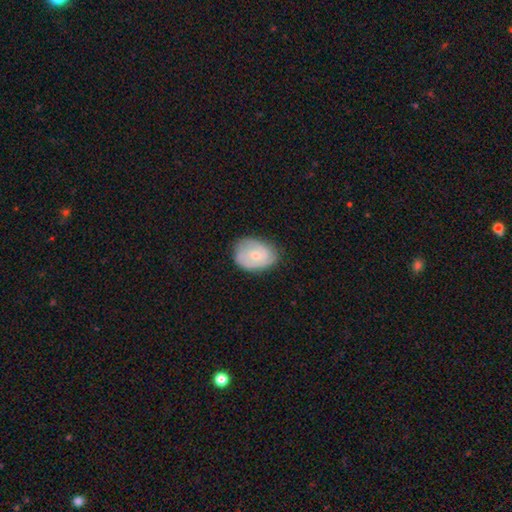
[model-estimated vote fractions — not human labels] Overall: featured or disk (56%; smooth 38%). Edge-on disk: no (97%). Bar: no (73%). Spiral arms: yes (79%). Bulge size: small (55%; moderate 41%). Merging: none (70%).